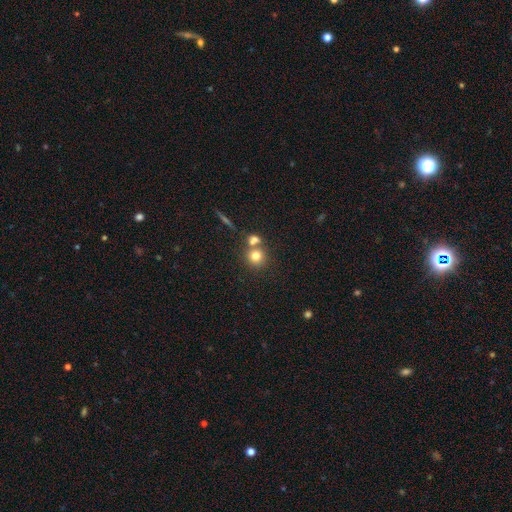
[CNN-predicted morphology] smooth-or-featured: smooth: 76% | star or artifact: 13% | featured or disk: 12%
  how-rounded: round: 87% | in between: 11% | cigar-shaped: 1%
  merging: none: 54% | merger: 35% | minor disturbance: 8% | major disturbance: 3%